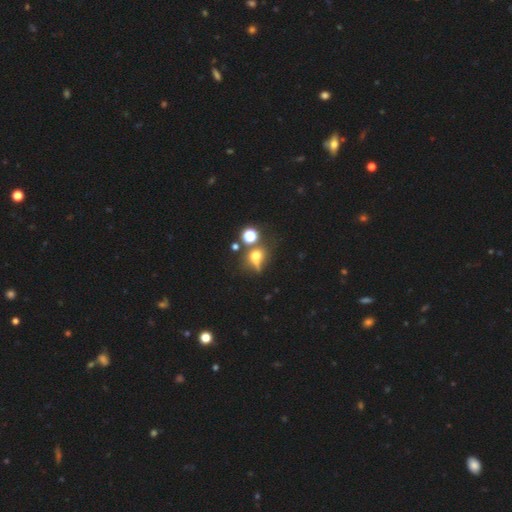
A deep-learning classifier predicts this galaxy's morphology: Smooth or featured?
  - smooth: 53% *
  - star or artifact: 25%
  - featured or disk: 22%
How rounded?
  - round: 66% *
  - in between: 29%
  - cigar-shaped: 5%
Merging?
  - none: 43% *
  - merger: 26%
  - minor disturbance: 16%
  - major disturbance: 16%